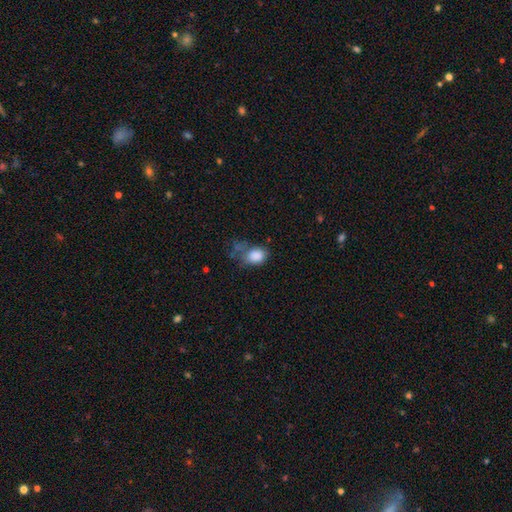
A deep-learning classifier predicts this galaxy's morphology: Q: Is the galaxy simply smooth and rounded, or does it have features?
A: smooth — 84%.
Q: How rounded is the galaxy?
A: in between — 67%.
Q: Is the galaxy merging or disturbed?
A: none — 41%.